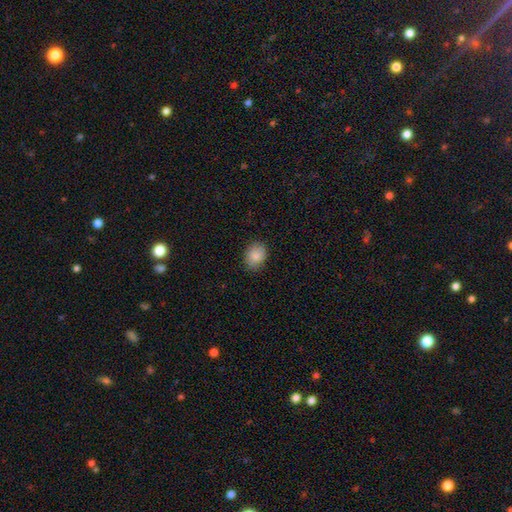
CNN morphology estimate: The model was most divided on "how rounded": in between: 58%, round: 41%, cigar-shaped: 1%. More confident: smooth or featured — smooth (86%); merging — none (85%).